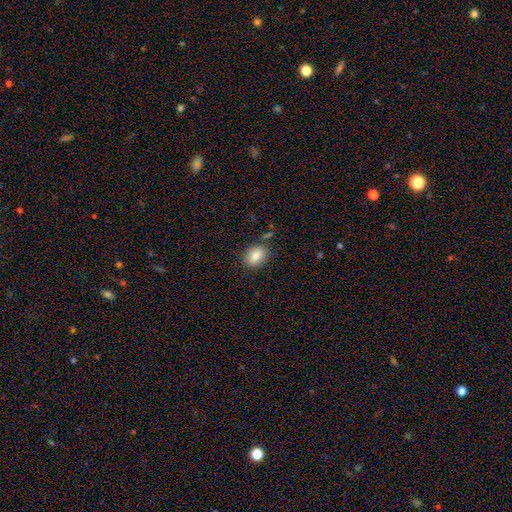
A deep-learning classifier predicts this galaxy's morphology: This appears to be a smooth galaxy with no disk features (85%) that is in between round and cigar-shaped (66%). Merging: none (81%).